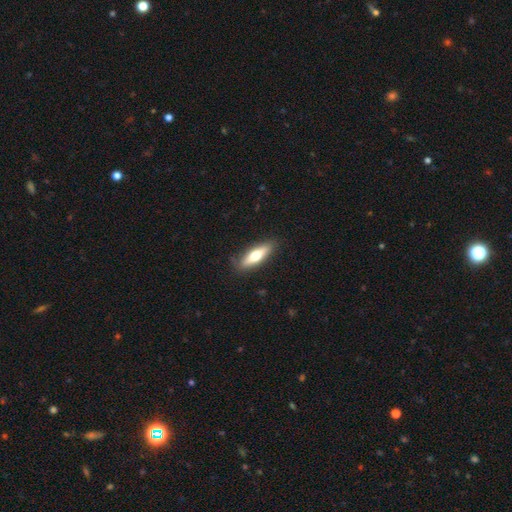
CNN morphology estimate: A smooth galaxy with no disk features (59%) that is cigar-shaped (59%). Merging: none (84%).